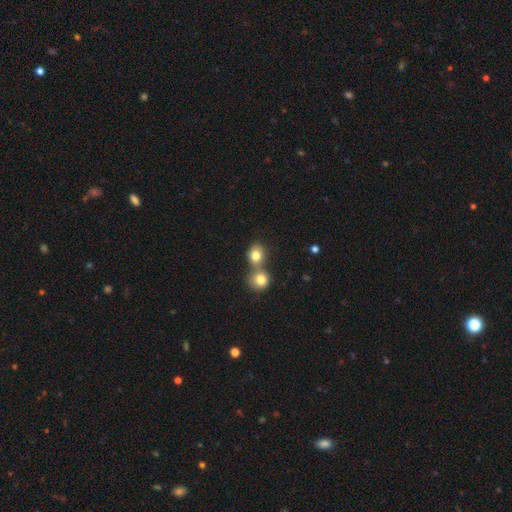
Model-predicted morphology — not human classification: This is clearly a smooth galaxy (80%). How rounded: likely round (70%). Merging: possibly merger (50%).